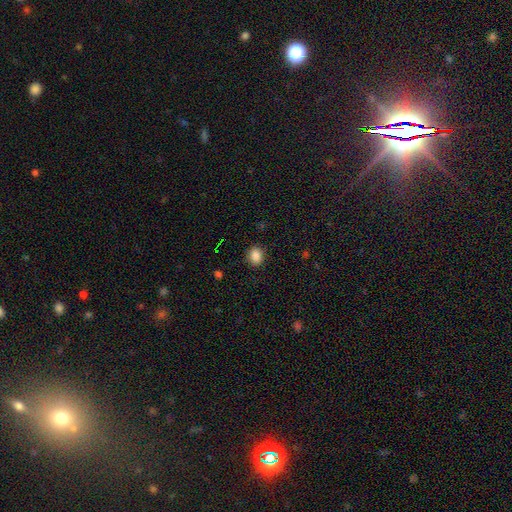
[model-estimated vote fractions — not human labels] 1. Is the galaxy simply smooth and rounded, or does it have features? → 87% smooth, 9% star or artifact, 4% featured or disk.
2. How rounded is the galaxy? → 50% in between, 49% round, 1% cigar-shaped.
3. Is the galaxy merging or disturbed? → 88% none, 9% minor disturbance, 2% major disturbance, 1% merger.